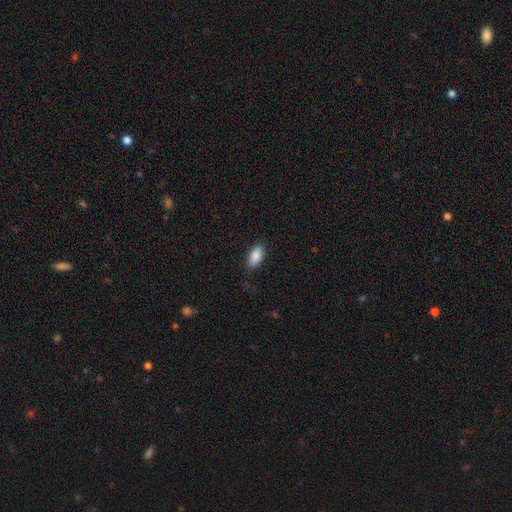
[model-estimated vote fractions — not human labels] Smooth or featured: smooth — 88% (star or artifact — 6%)
How rounded: in between — 90% (cigar-shaped — 7%)
Merging: none — 83% (minor disturbance — 13%)